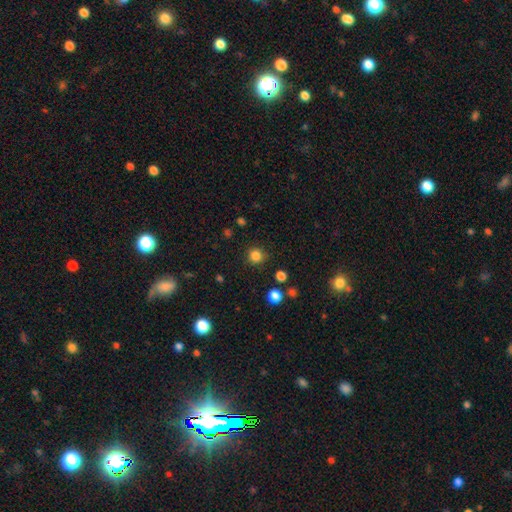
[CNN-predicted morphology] The model was most divided on "smooth or featured": smooth: 83%, star or artifact: 13%, featured or disk: 4%. More confident: how rounded — round (93%); merging — none (87%).